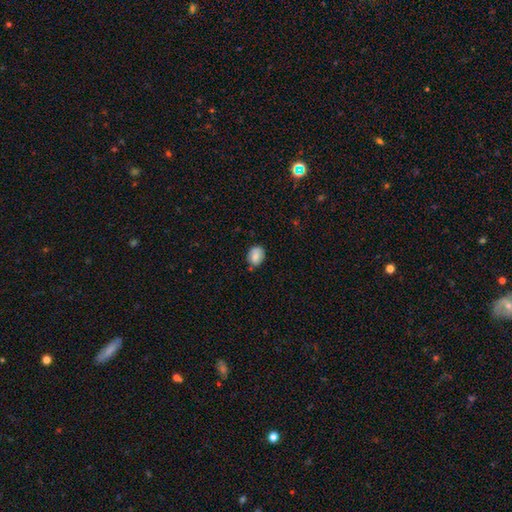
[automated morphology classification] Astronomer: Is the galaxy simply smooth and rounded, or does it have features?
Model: smooth — 80%.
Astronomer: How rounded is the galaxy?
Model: in between — 60% (runner-up: round, 39%).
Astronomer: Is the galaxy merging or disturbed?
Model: none — 71%.